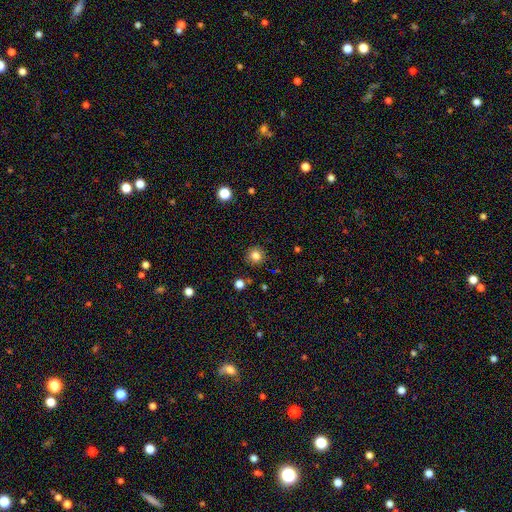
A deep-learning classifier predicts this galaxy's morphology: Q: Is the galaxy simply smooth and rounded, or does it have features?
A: smooth — 83%.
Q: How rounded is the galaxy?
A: round — 93%.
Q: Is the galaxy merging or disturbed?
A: none — 89%.